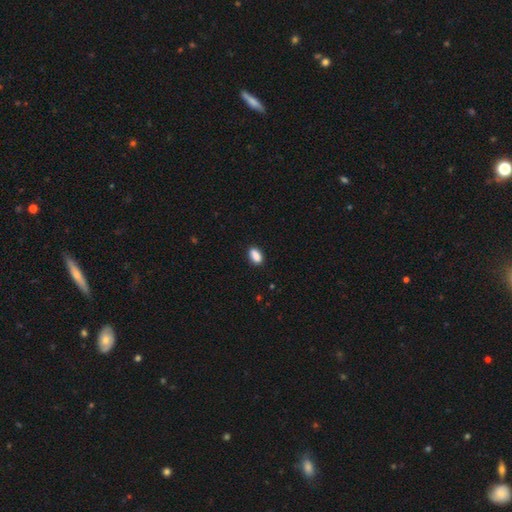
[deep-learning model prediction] This is clearly a smooth galaxy (87%). How rounded: clearly in between (88%). Merging: clearly none (83%).